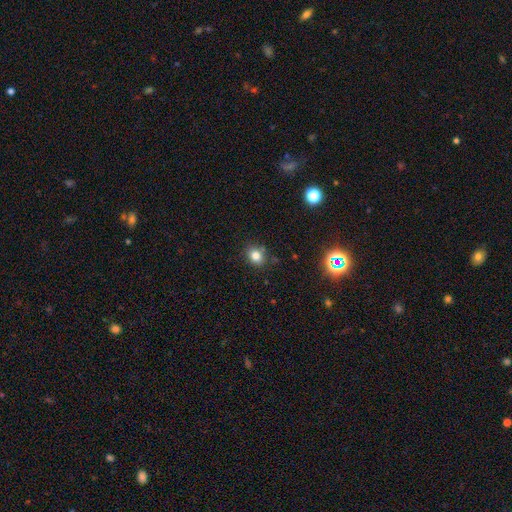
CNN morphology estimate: This appears to be a smooth galaxy with no disk features (80%) that is round (61%). Merging: none (82%).